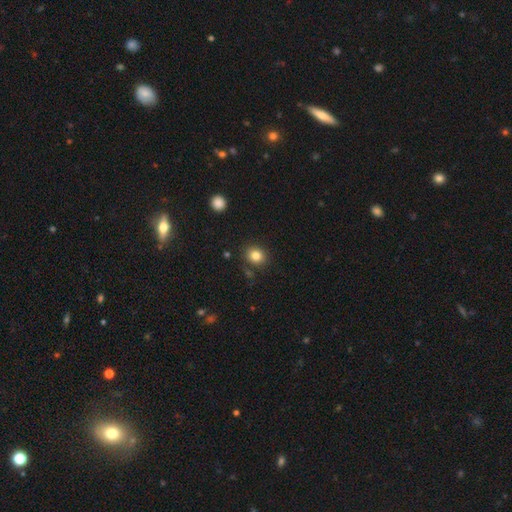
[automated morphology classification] Overall: smooth (82%). How rounded: round (72%). Merging: none (86%).